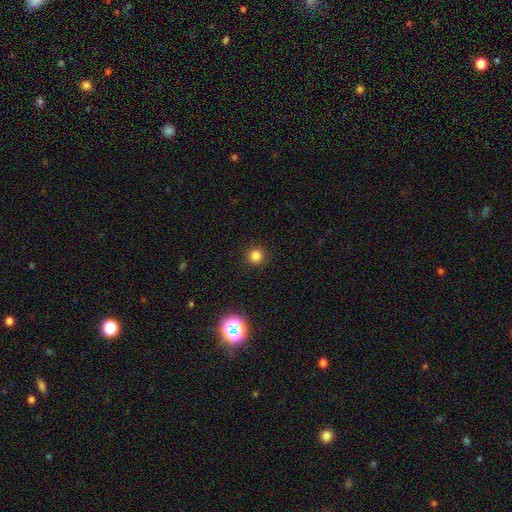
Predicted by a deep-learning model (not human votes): smooth 81%, star or artifact 15%, featured or disk 4%. Down the decision tree: how rounded — round (94%); merging — none (91%).